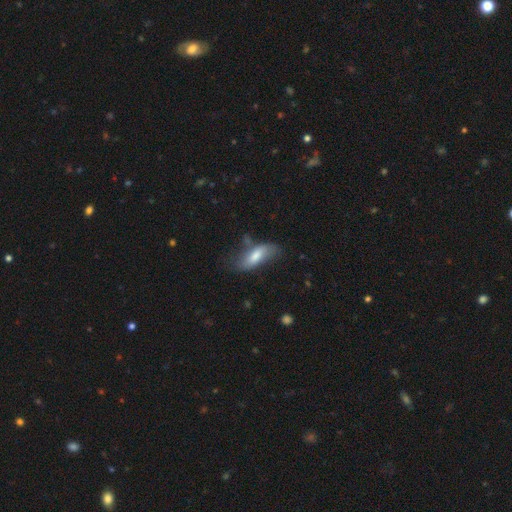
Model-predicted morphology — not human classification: Smooth or featured: smooth — 67% (featured or disk — 26%)
How rounded: in between — 70% (cigar-shaped — 28%)
Merging: none — 49% (minor disturbance — 30%)